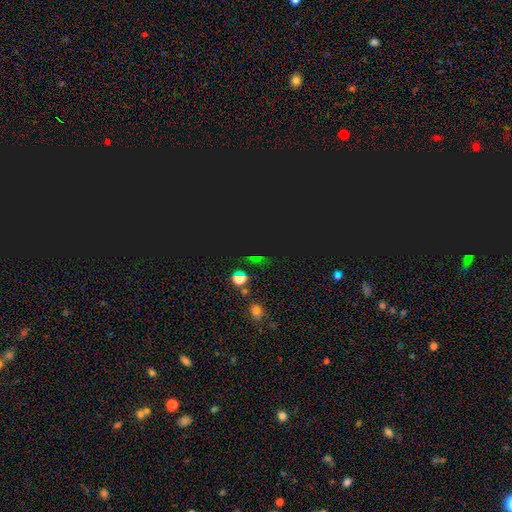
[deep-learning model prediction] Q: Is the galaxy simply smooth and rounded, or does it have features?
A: star or artifact — 73%.